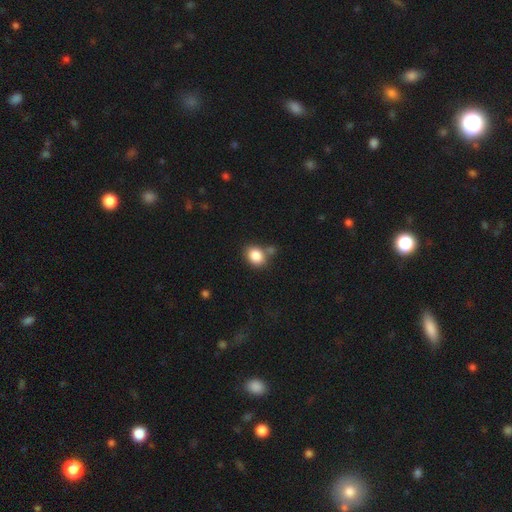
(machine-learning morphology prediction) smooth-or-featured: smooth: 86% | star or artifact: 9% | featured or disk: 5%
  how-rounded: in between: 57% | round: 42% | cigar-shaped: 1%
  merging: none: 67% | merger: 15% | minor disturbance: 14% | major disturbance: 4%